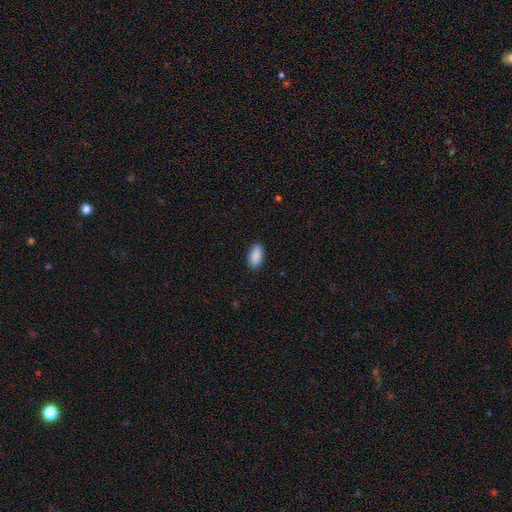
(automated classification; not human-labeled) smooth_or_featured: smooth (p=0.91) [alt: star or artifact p=0.06]
how_rounded: in between (p=0.93) [alt: cigar-shaped p=0.04]
merging: none (p=0.89) [alt: minor disturbance p=0.08]